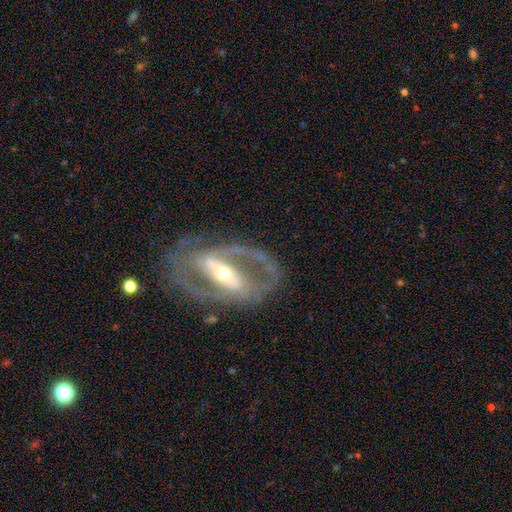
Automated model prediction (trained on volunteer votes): featured or disk 87%, smooth 8%, star or artifact 5%. Down the decision tree: edge-on disk — no (93%); bar — strong (66%); spiral arms — yes (84%); spiral arm count — 2 (82%); spiral winding — medium (47%); bulge size — moderate (50%); merging — none (72%).